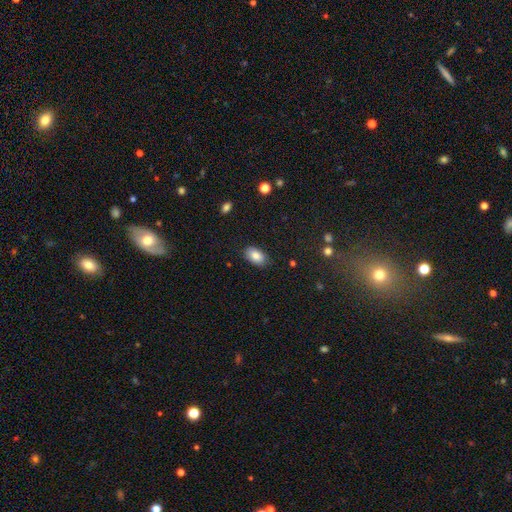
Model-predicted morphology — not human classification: smooth 84%, featured or disk 8%, star or artifact 8%. Down the decision tree: how rounded — in between (91%); merging — none (85%).